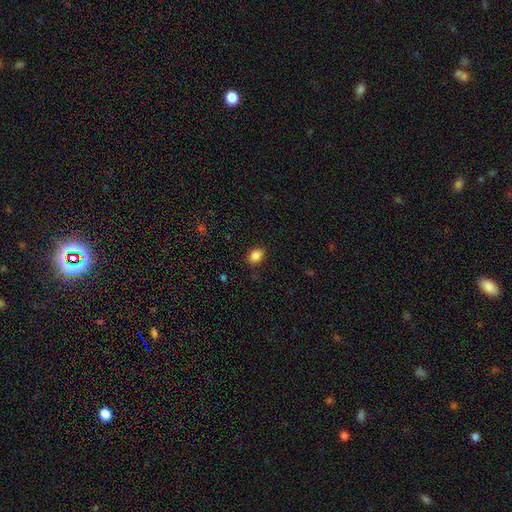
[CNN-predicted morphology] Overall: smooth (87%). How rounded: in between (74%). Merging: none (88%).